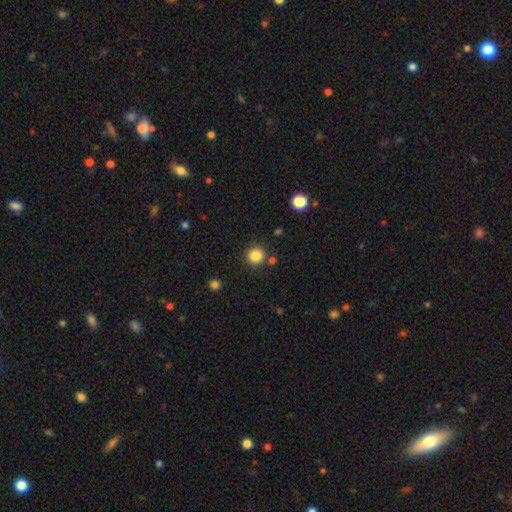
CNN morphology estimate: smooth 85%, star or artifact 11%, featured or disk 4%. Down the decision tree: how rounded — round (94%); merging — none (86%).